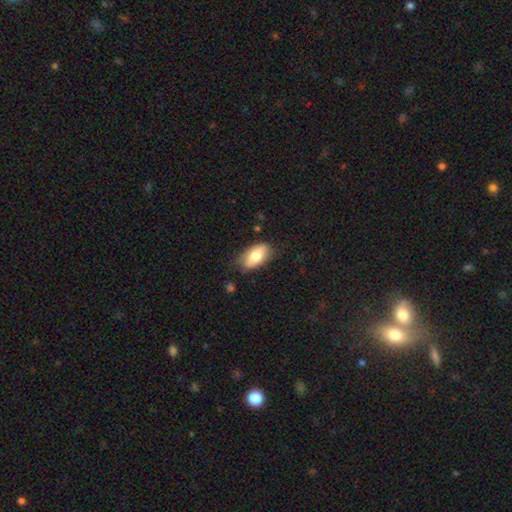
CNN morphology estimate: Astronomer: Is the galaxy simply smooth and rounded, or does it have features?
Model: smooth — 79%.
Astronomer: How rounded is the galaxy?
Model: in between — 92%.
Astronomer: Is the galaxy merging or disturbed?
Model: none — 73%.